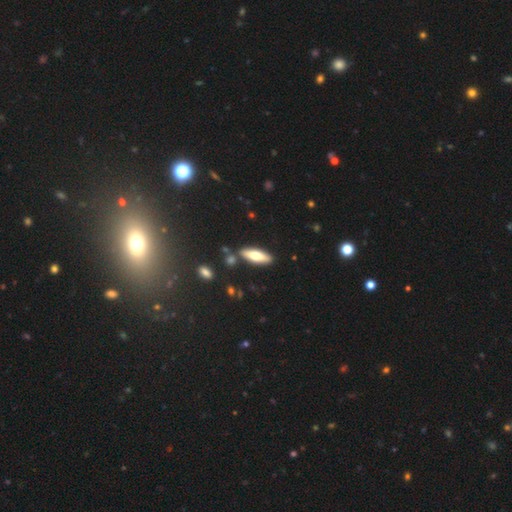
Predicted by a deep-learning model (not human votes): Smooth or featured: smooth — 64% (featured or disk — 30%)
How rounded: cigar-shaped — 52% (in between — 46%)
Merging: none — 83% (minor disturbance — 10%)